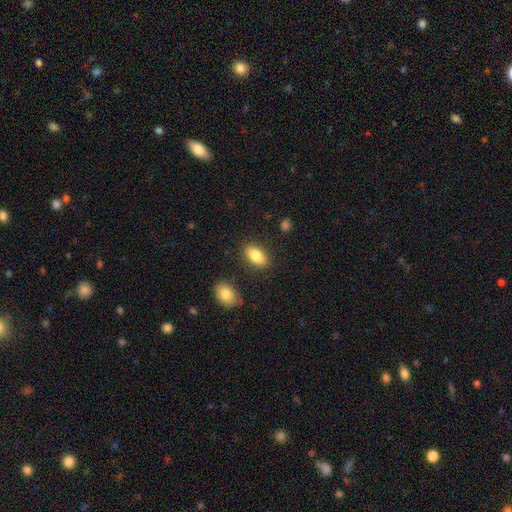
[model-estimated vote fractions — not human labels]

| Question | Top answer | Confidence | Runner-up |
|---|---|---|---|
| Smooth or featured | smooth | 84% | featured or disk (9%) |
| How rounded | in between | 91% | round (5%) |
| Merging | none | 85% | minor disturbance (10%) |